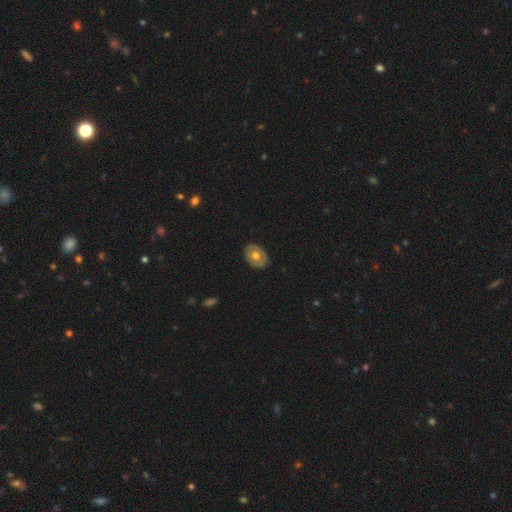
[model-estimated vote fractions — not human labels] Morphology: type=smooth (56%); roundness=in between (71%); merging=none (86%).